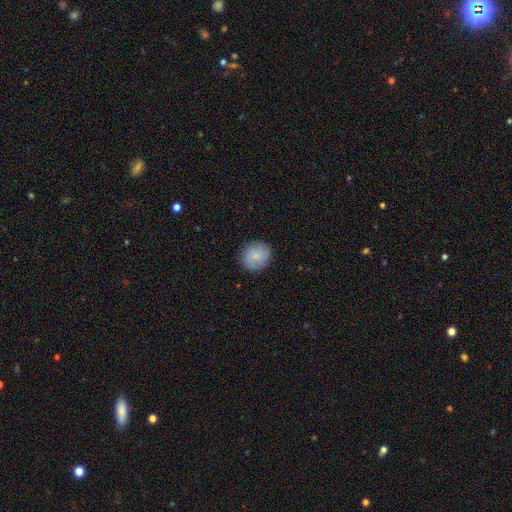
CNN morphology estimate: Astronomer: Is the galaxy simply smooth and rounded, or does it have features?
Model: smooth — 83%.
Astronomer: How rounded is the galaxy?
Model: round — 86%.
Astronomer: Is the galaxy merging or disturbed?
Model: none — 87%.